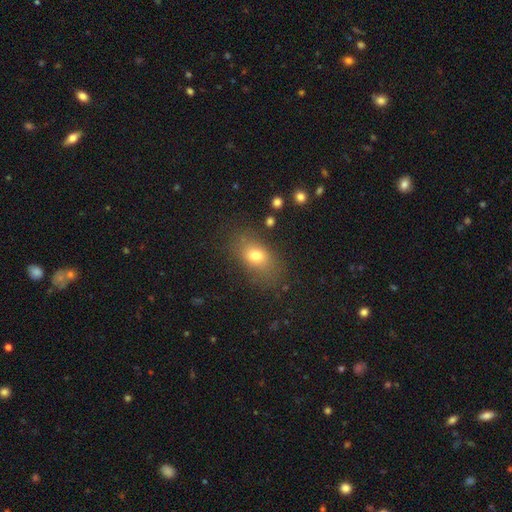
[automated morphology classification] A smooth galaxy with no disk features (73%) that is in between round and cigar-shaped (76%). Merging: none (75%).